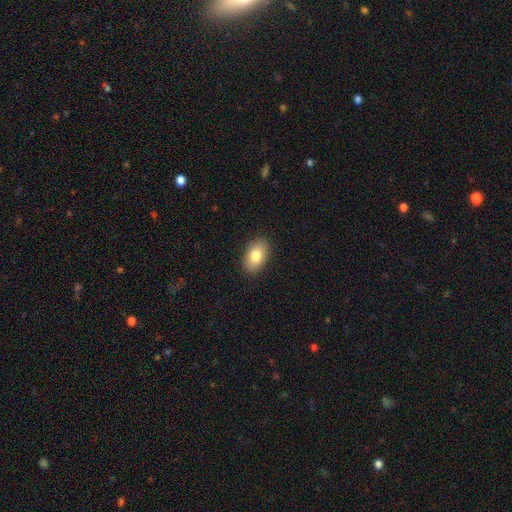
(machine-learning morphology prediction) Smooth or featured: smooth — 82% (featured or disk — 11%)
How rounded: in between — 91% (round — 7%)
Merging: none — 88% (minor disturbance — 9%)